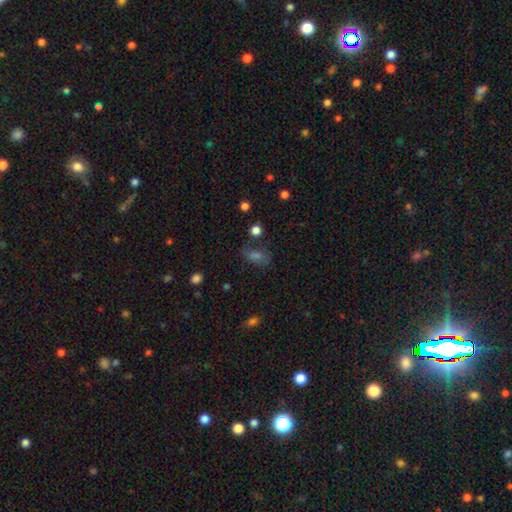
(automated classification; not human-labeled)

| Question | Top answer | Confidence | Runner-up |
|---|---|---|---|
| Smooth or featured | smooth | 57% | star or artifact (26%) |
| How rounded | in between | 78% | round (15%) |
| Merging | none | 66% | minor disturbance (19%) |